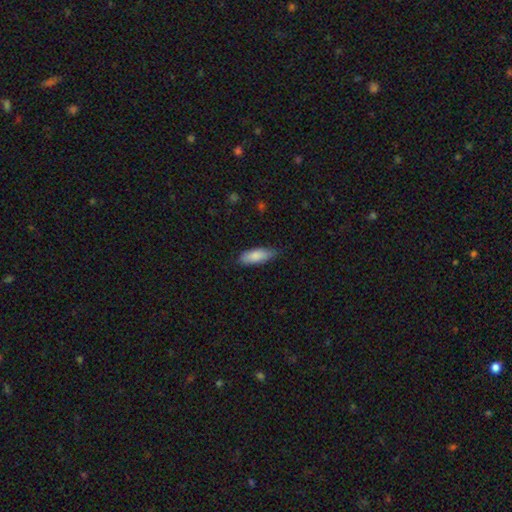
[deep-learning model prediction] Overall: smooth (85%). How rounded: in between (67%; cigar-shaped 31%). Merging: none (74%).